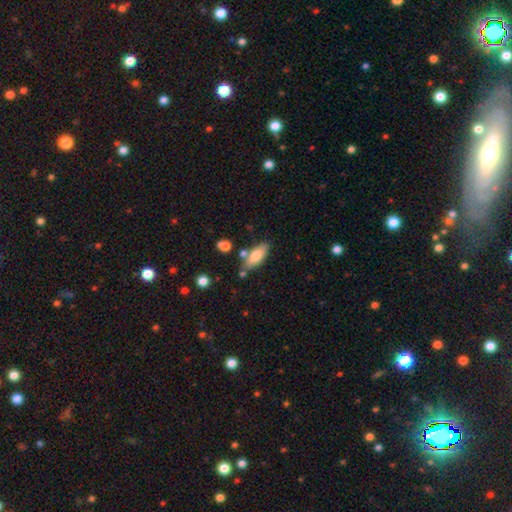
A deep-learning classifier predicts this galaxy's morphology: Smooth or featured?
  - smooth: 79% *
  - featured or disk: 14%
  - star or artifact: 7%
How rounded?
  - in between: 77% *
  - cigar-shaped: 21%
  - round: 2%
Merging?
  - none: 68% *
  - minor disturbance: 17%
  - merger: 11%
  - major disturbance: 4%